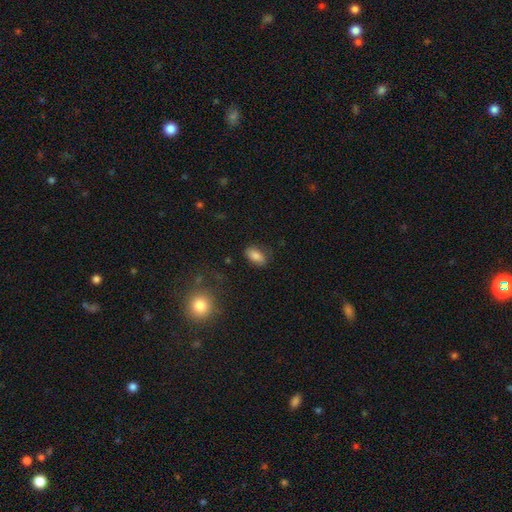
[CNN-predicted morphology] This is clearly a smooth galaxy (82%). How rounded: clearly in between (90%). Merging: likely none (78%).